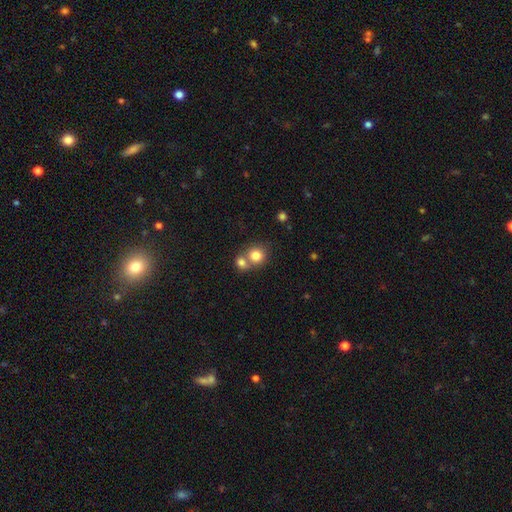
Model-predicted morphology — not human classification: The model was most divided on "merging": merger: 50%, none: 41%, minor disturbance: 7%, major disturbance: 3%. More confident: how rounded — round (81%); smooth or featured — smooth (80%).